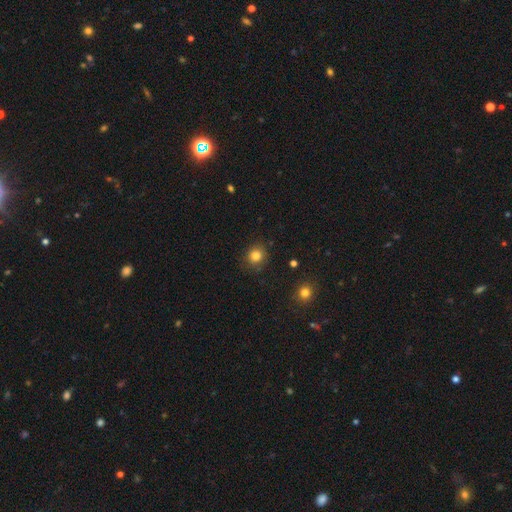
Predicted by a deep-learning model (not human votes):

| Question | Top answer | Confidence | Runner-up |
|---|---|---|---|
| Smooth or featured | smooth | 83% | star or artifact (12%) |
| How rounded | round | 86% | in between (13%) |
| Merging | none | 86% | minor disturbance (10%) |